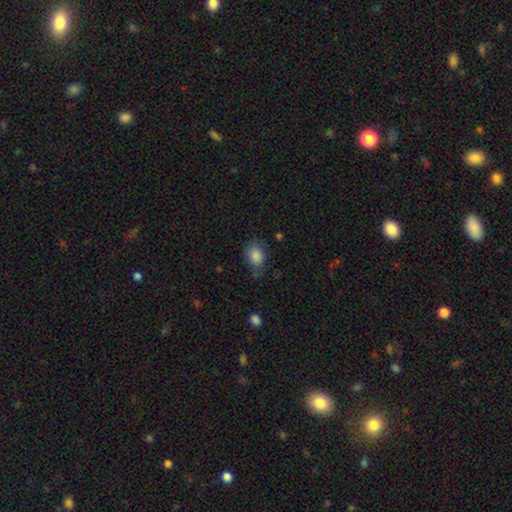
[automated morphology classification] A smooth galaxy with no disk features (85%) that is in between round and cigar-shaped (66%). Merging: none (63%).